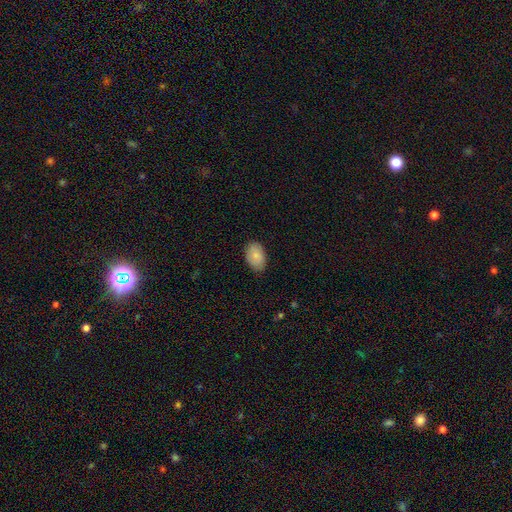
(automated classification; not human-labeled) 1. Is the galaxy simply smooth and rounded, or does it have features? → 83% smooth, 11% featured or disk, 7% star or artifact.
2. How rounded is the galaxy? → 90% in between, 8% round, 1% cigar-shaped.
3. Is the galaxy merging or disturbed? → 83% none, 14% minor disturbance, 2% major disturbance, 1% merger.